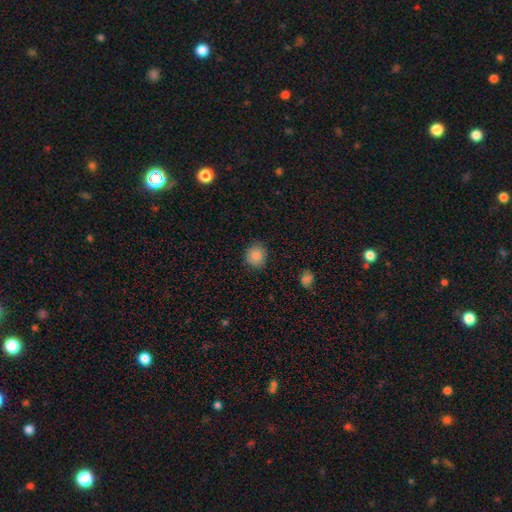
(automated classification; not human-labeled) smooth-or-featured: smooth: 86% | star or artifact: 10% | featured or disk: 4%
  how-rounded: round: 85% | in between: 14% | cigar-shaped: 1%
  merging: none: 86% | minor disturbance: 10% | major disturbance: 2% | merger: 1%